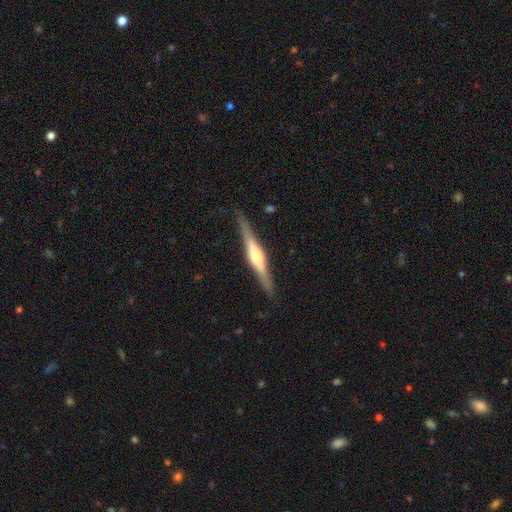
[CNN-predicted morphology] type=featured or disk (78%); edge-on=yes (98%); edge-on bulge=rounded (77%); merging=none (89%).